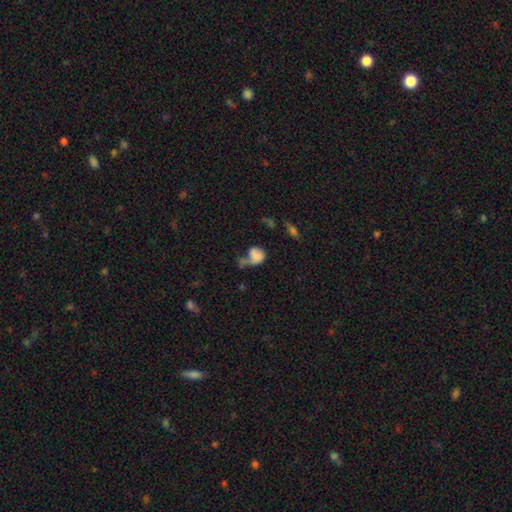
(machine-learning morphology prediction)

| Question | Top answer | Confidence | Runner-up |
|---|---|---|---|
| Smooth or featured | smooth | 74% | featured or disk (15%) |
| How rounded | round | 49% | tied: in between (49%) |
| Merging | merger | 29% | none (27%) |